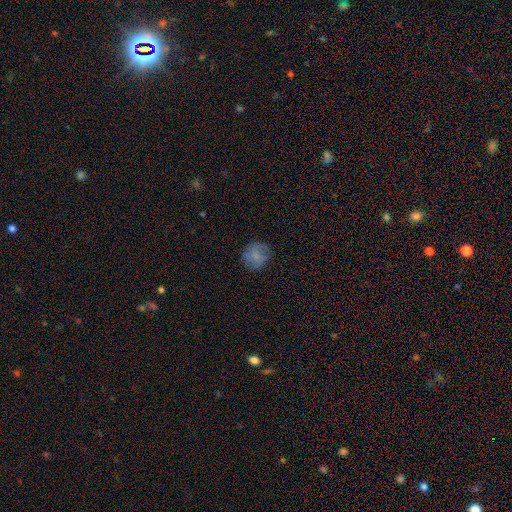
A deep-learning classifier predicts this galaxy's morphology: Smooth or featured? Predicted: smooth (p=0.72). How rounded? Predicted: round (p=0.85). Merging? Predicted: none (p=0.78).